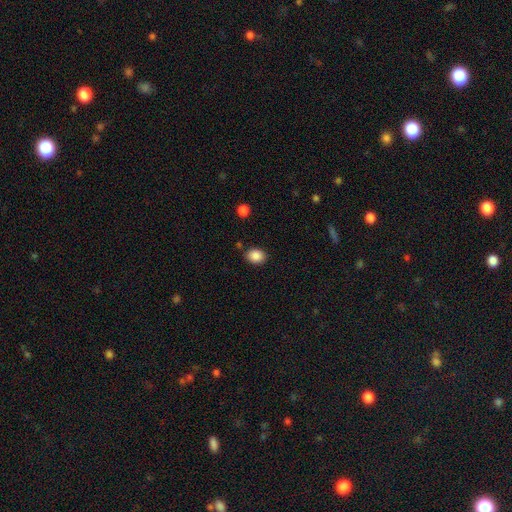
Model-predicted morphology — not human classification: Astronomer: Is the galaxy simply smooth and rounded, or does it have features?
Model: smooth — 88%.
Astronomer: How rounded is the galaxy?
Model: in between — 60% (runner-up: round, 39%).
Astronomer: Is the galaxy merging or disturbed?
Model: none — 84%.